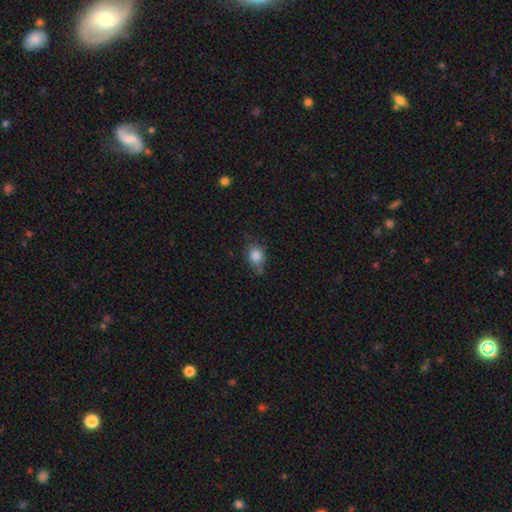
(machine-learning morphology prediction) smooth_or_featured: smooth (p=0.84) [alt: star or artifact p=0.09]
how_rounded: round (p=0.51) [alt: in between p=0.48]
merging: none (p=0.56) [alt: minor disturbance p=0.32]